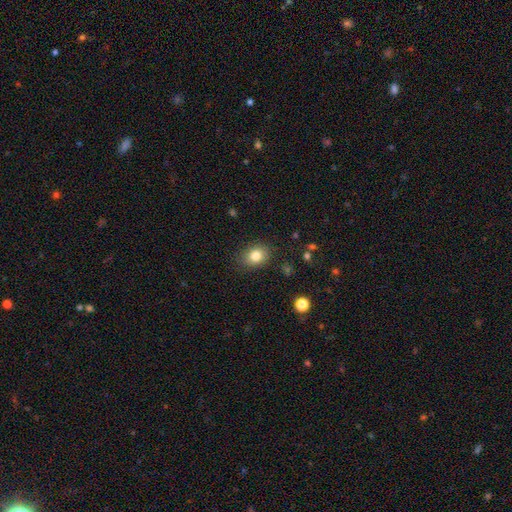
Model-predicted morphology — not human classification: smooth 82%, star or artifact 10%, featured or disk 8%. Down the decision tree: how rounded — in between (55%); merging — none (84%).